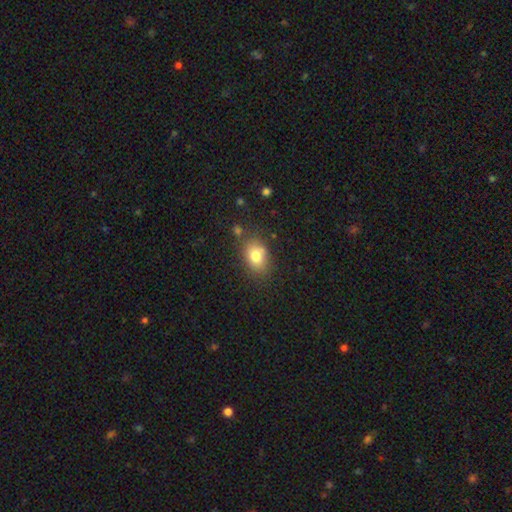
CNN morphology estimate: Smooth or featured? smooth (79%)
How rounded? in between (73%)
Merging? none (72%)